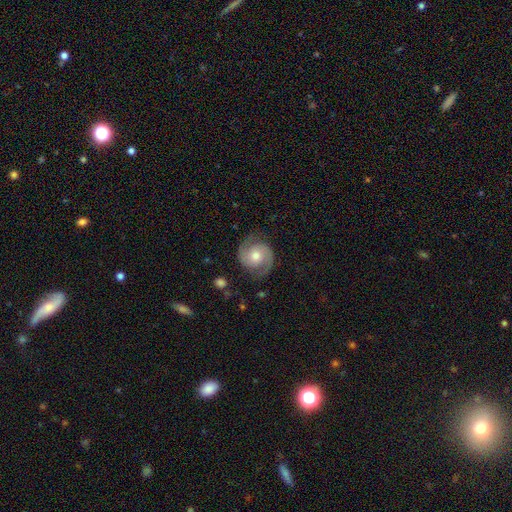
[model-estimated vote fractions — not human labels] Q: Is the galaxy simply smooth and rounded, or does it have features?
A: featured or disk — 84%.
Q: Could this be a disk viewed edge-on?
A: no — 98%.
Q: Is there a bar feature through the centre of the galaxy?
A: no — 68%.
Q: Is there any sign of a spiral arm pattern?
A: yes — 96%.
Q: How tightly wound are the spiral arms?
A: medium — 49%.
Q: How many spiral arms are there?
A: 2 — 93%.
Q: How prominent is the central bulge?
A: moderate — 72%.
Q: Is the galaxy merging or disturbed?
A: none — 83%.